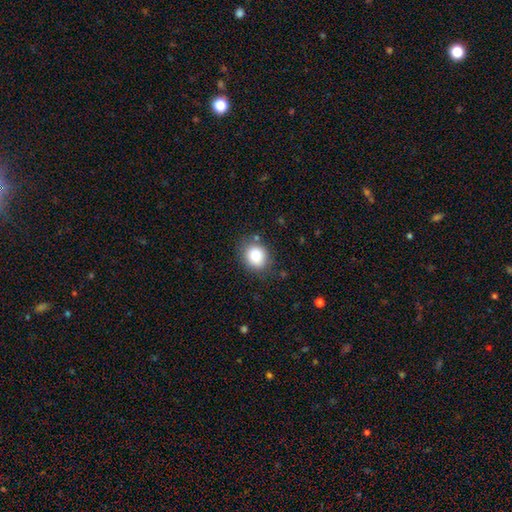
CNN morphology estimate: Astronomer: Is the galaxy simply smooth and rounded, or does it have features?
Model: smooth — 84%.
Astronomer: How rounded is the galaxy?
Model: round — 67%.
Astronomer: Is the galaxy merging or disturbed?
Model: none — 80%.